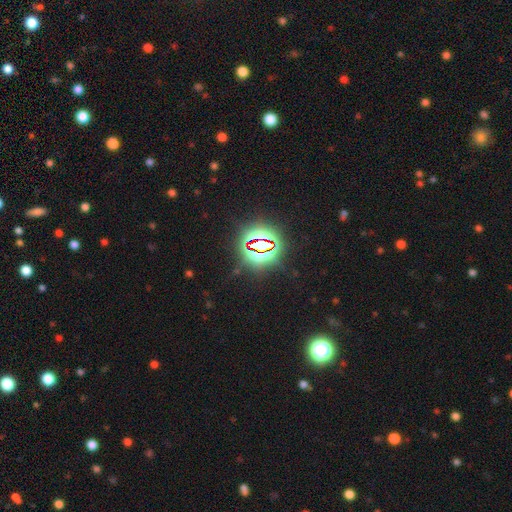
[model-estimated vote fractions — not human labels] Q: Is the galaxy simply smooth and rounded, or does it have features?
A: star or artifact — 81%.